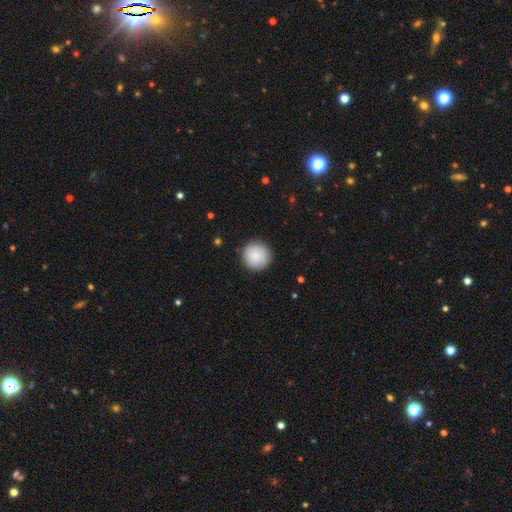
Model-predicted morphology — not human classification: Q: Smooth or featured?
A: smooth (84%); runner-up: featured or disk (9%)
Q: How rounded?
A: round (96%); runner-up: in between (3%)
Q: Merging?
A: none (90%); runner-up: minor disturbance (7%)